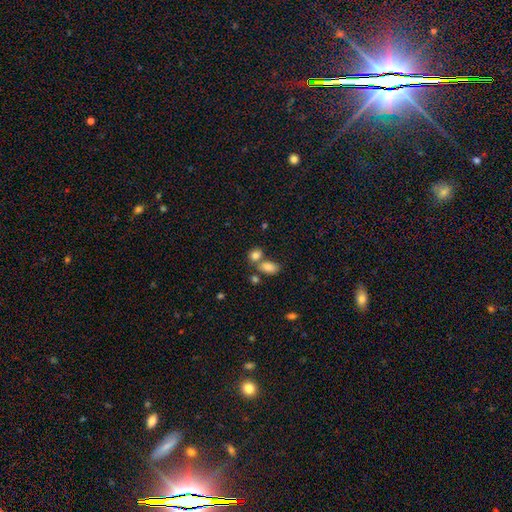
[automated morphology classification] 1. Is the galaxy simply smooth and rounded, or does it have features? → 82% smooth, 10% star or artifact, 8% featured or disk.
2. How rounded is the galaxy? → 67% in between, 31% round, 2% cigar-shaped.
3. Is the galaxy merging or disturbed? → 47% none, 39% merger, 11% minor disturbance, 4% major disturbance.